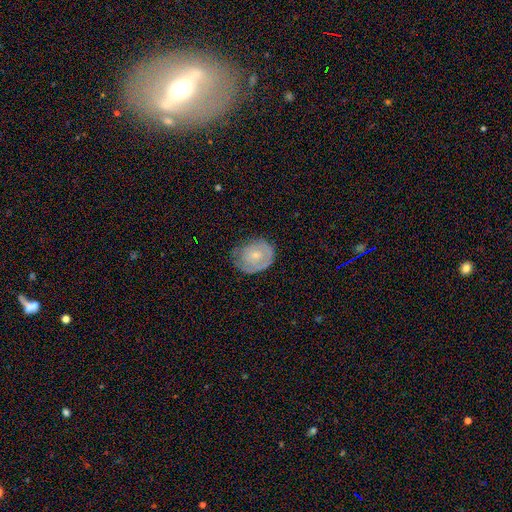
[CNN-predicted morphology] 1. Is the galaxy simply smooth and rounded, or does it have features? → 51% smooth, 42% featured or disk, 7% star or artifact.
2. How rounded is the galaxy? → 62% round, 37% in between, 1% cigar-shaped.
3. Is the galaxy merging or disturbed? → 57% none, 30% minor disturbance, 11% major disturbance, 1% merger.